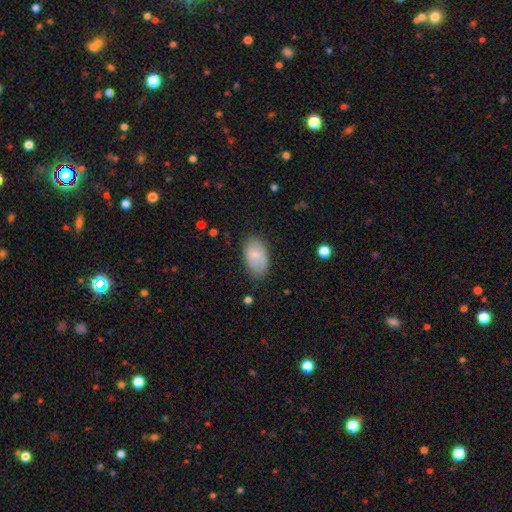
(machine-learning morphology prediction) Smooth or featured: smooth — 75% (featured or disk — 18%)
How rounded: in between — 93% (round — 5%)
Merging: none — 73% (minor disturbance — 20%)